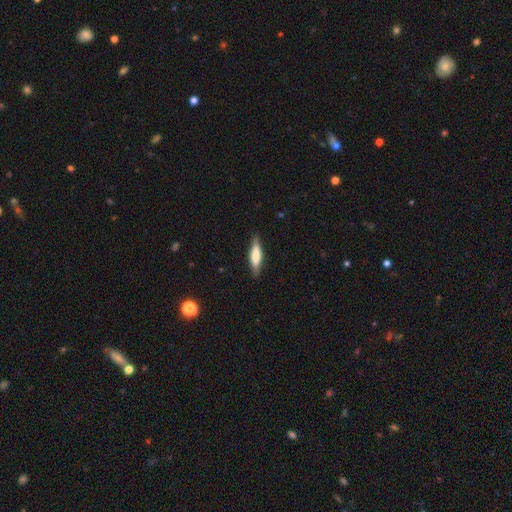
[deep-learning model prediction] smooth_or_featured: smooth (p=0.62) [alt: featured or disk p=0.32]
how_rounded: cigar-shaped (p=0.69) [alt: in between p=0.30]
merging: none (p=0.85) [alt: minor disturbance p=0.12]